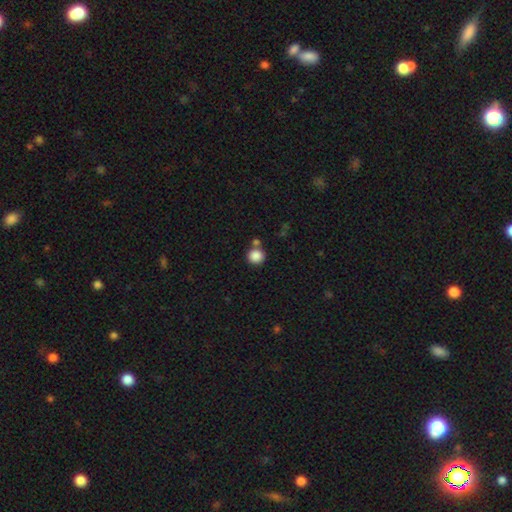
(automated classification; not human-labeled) smooth-or-featured: smooth: 87% | star or artifact: 10% | featured or disk: 4%
  how-rounded: round: 91% | in between: 8% | cigar-shaped: 1%
  merging: none: 72% | merger: 17% | minor disturbance: 8% | major disturbance: 3%